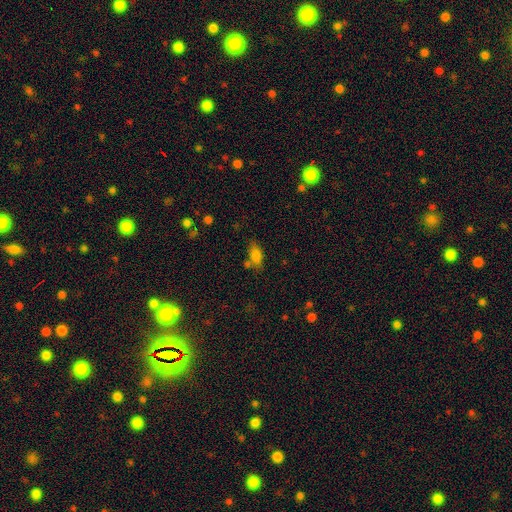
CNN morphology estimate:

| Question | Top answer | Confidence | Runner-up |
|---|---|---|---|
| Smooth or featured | smooth | 78% | featured or disk (11%) |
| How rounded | in between | 83% | cigar-shaped (12%) |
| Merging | none | 63% | minor disturbance (18%) |